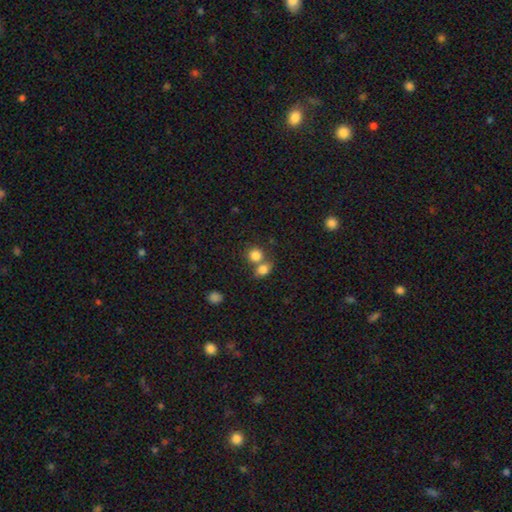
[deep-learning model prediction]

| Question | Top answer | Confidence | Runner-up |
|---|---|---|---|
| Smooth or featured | smooth | 82% | star or artifact (11%) |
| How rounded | round | 80% | in between (19%) |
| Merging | none | 45% | merger (44%) |